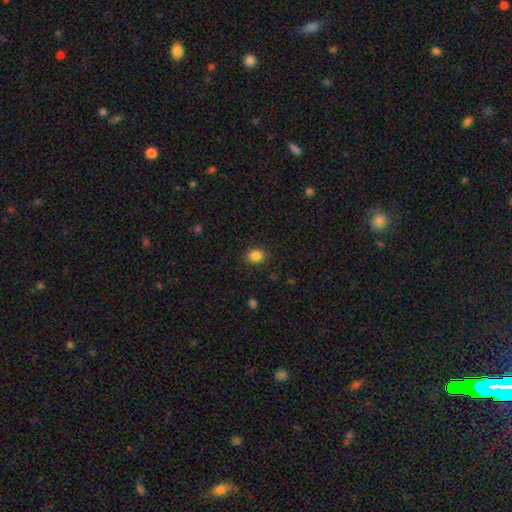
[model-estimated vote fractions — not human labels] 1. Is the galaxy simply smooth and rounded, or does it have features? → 86% smooth, 10% star or artifact, 4% featured or disk.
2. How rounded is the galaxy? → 64% round, 35% in between, 1% cigar-shaped.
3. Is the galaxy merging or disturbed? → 88% none, 8% minor disturbance, 3% major disturbance, 1% merger.